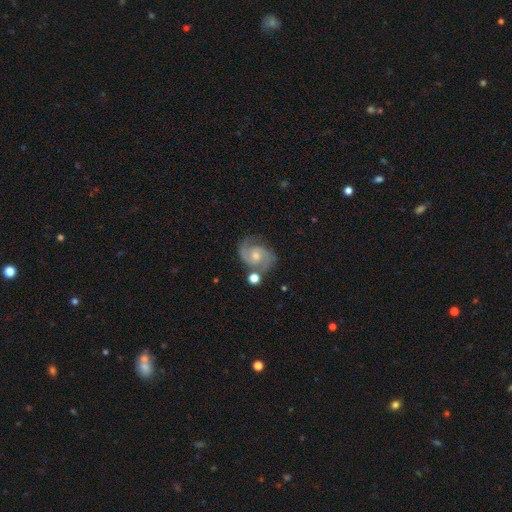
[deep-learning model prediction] smooth-or-featured: featured or disk: 86% | smooth: 8% | star or artifact: 6%
  disk-edge-on: no: 98% | yes: 2%
    bar: no: 61% | weak: 34% | strong: 5%
    has-spiral-arms: yes: 97% | no: 3%
      spiral-winding: medium: 55% | tight: 31% | loose: 15%
      spiral-arm-count: 2: 90% | can't tell: 4% | 3: 3% | 1: 2% | 4: 1% | more than 4: 1%
    bulge-size: moderate: 50% | small: 43% | none: 3% | large: 3% | dominant: 1%
  merging: none: 70% | minor disturbance: 17% | merger: 8% | major disturbance: 6%